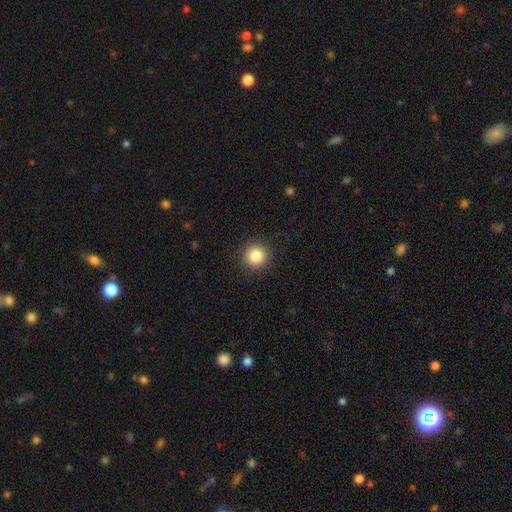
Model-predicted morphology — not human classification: A smooth galaxy with no disk features (85%) that is round (95%). Merging: none (92%).